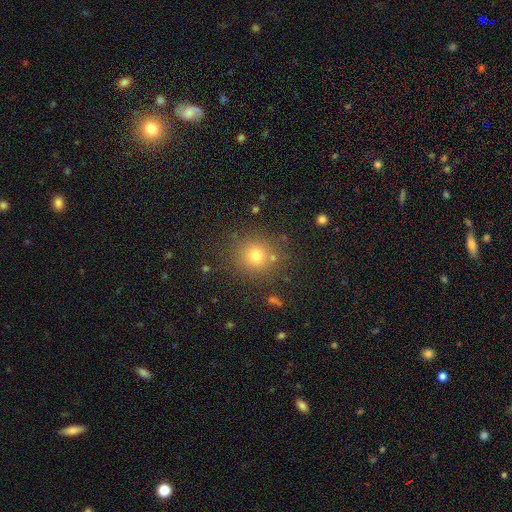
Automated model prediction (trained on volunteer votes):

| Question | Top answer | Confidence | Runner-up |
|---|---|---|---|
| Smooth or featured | smooth | 74% | star or artifact (18%) |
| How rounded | round | 89% | in between (10%) |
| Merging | none | 83% | minor disturbance (9%) |